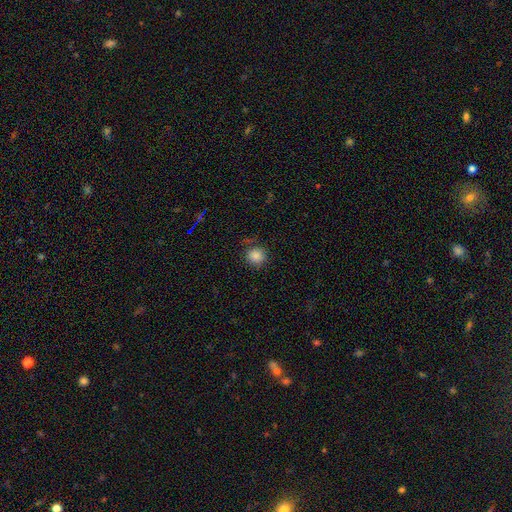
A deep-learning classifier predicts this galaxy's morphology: The model was most divided on "merging": none: 80%, minor disturbance: 14%, major disturbance: 4%, merger: 2%. More confident: how rounded — round (90%); smooth or featured — smooth (84%).